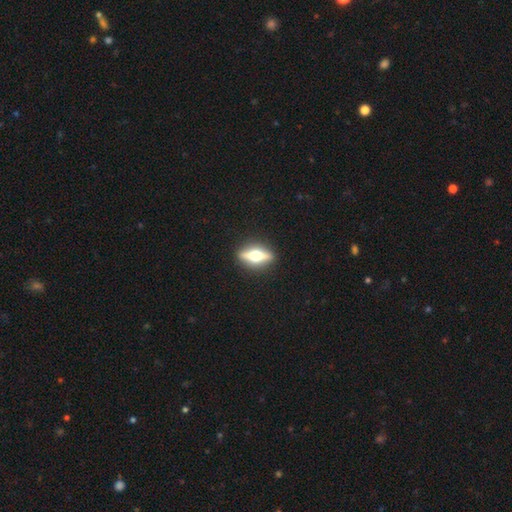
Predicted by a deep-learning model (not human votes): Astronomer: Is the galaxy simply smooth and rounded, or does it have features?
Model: featured or disk — 68%.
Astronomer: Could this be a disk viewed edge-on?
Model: yes — 92%.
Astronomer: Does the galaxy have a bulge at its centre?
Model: rounded — 96%.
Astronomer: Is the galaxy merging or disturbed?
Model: none — 90%.